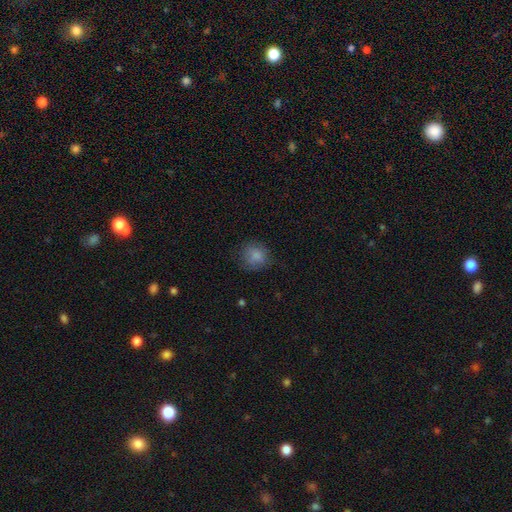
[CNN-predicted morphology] This appears to be a smooth galaxy with no disk features (84%) that is round (84%). Merging: none (75%).